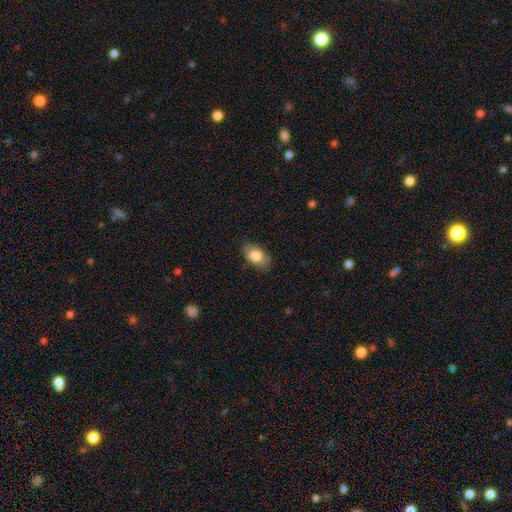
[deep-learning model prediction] Q: Smooth or featured?
A: smooth (78%); runner-up: featured or disk (15%)
Q: How rounded?
A: in between (90%); runner-up: round (9%)
Q: Merging?
A: none (80%); runner-up: minor disturbance (15%)